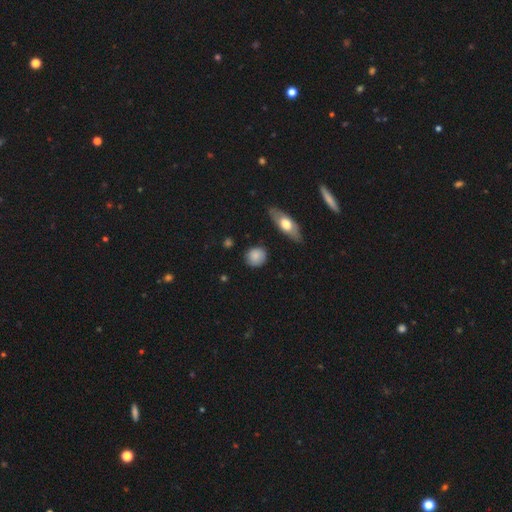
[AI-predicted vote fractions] smooth-or-featured: smooth: 83% | featured or disk: 10% | star or artifact: 7%
  how-rounded: round: 79% | in between: 19% | cigar-shaped: 2%
  merging: none: 83% | minor disturbance: 12% | major disturbance: 3% | merger: 2%